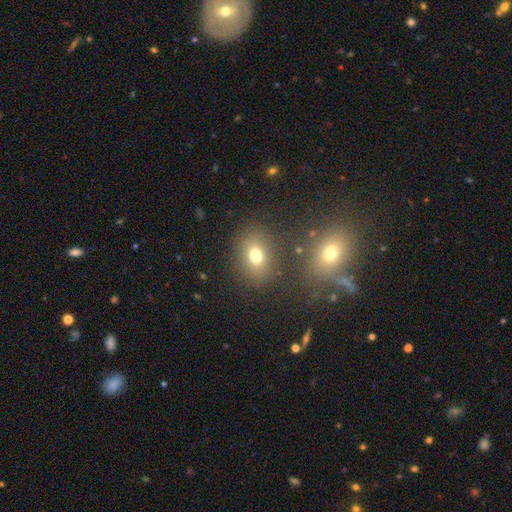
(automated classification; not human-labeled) Smooth or featured: smooth — 72% (star or artifact — 16%)
How rounded: in between — 59% (round — 40%)
Merging: none — 78% (minor disturbance — 11%)